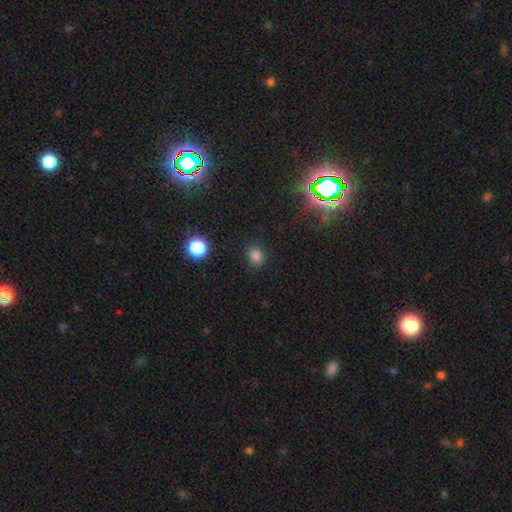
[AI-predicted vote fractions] Morphology: type=smooth (79%); roundness=round (62%); merging=none (84%).